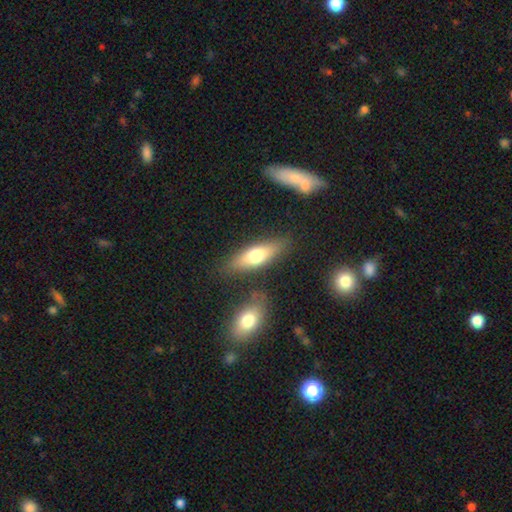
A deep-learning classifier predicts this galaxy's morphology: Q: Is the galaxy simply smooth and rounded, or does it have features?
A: smooth — 66%.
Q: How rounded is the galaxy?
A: in between — 53%.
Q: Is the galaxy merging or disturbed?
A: none — 80%.